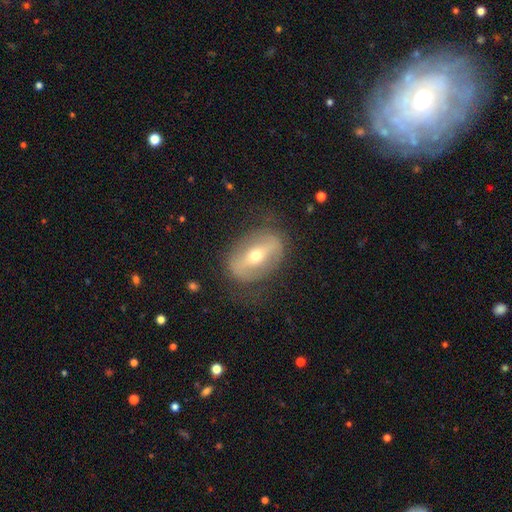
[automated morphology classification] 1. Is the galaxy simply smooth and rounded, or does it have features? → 67% featured or disk, 26% smooth, 7% star or artifact.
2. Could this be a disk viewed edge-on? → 85% no, 15% yes.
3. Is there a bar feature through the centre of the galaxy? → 61% strong, 22% weak, 17% no.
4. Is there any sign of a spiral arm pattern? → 64% no, 36% yes.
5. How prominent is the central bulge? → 52% moderate, 43% small, 3% large, 1% dominant, 1% none.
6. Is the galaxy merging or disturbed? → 74% none, 16% minor disturbance, 9% major disturbance, 1% merger.